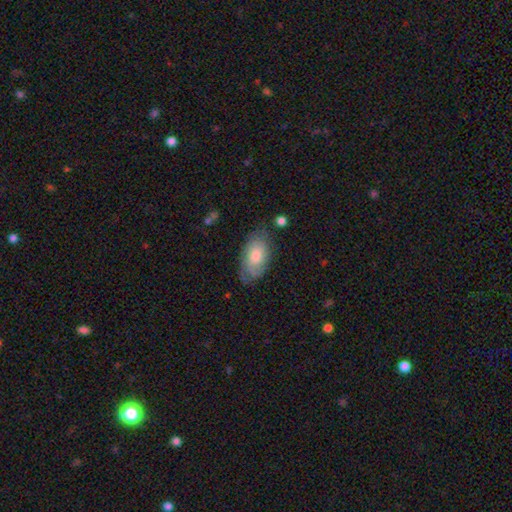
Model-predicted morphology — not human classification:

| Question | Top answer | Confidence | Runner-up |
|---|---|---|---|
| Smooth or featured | smooth | 52% | featured or disk (41%) |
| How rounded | in between | 93% | round (5%) |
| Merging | none | 67% | minor disturbance (24%) |